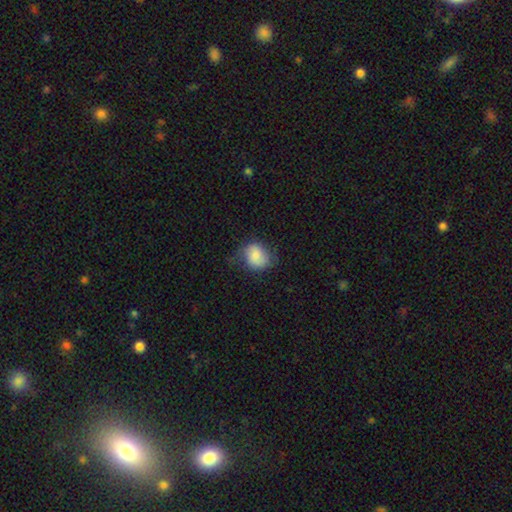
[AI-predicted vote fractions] smooth-or-featured: smooth: 78% | featured or disk: 14% | star or artifact: 8%
  how-rounded: round: 57% | in between: 42% | cigar-shaped: 1%
  merging: none: 56% | minor disturbance: 31% | major disturbance: 12% | merger: 2%